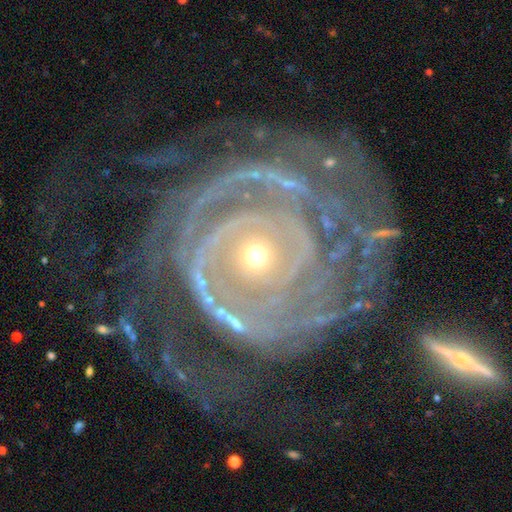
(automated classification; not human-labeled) Q: Smooth or featured?
A: featured or disk (91%); runner-up: star or artifact (5%)
Q: Edge-on disk?
A: no (97%); runner-up: yes (3%)
Q: Bar?
A: no (72%); runner-up: weak (16%)
Q: Spiral arms?
A: yes (96%); runner-up: no (4%)
Q: Spiral winding?
A: tight (83%); runner-up: medium (13%)
Q: Spiral arm count?
A: 2 (30%); runner-up: can't tell (25%)
Q: Bulge size?
A: small (66%); runner-up: moderate (31%)
Q: Merging?
A: none (47%); runner-up: major disturbance (24%)